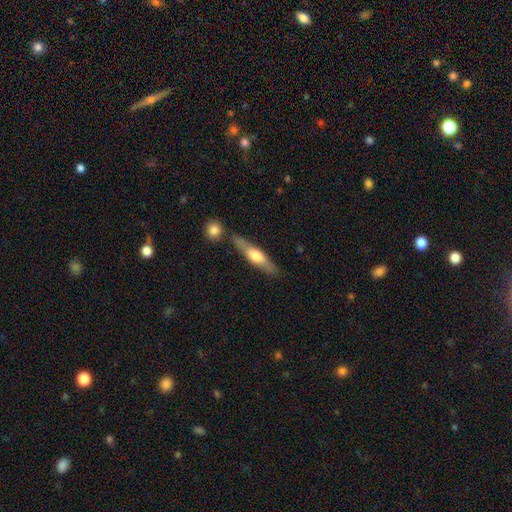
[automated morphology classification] A featured or disk galaxy (49%). Merging: none (75%).